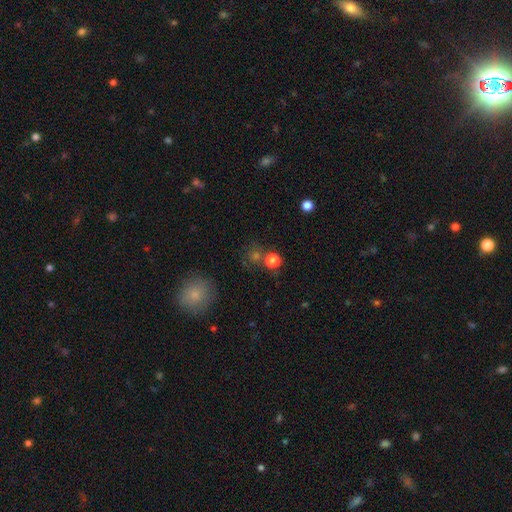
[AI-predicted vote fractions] Smooth or featured? smooth (57%)
How rounded? round (88%)
Merging? none (72%)